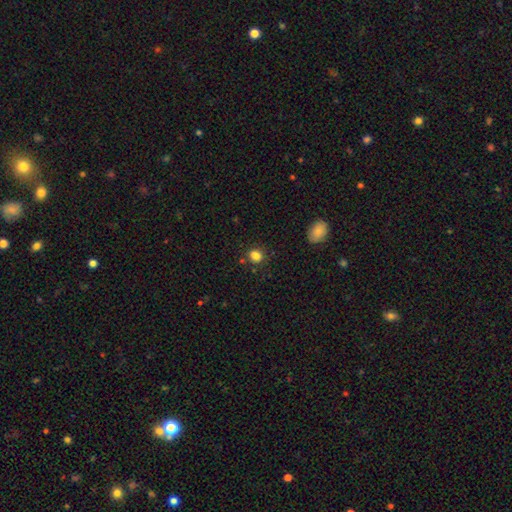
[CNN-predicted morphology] Smooth or featured: smooth — 83% (star or artifact — 12%)
How rounded: round — 70% (in between — 29%)
Merging: none — 80% (minor disturbance — 11%)